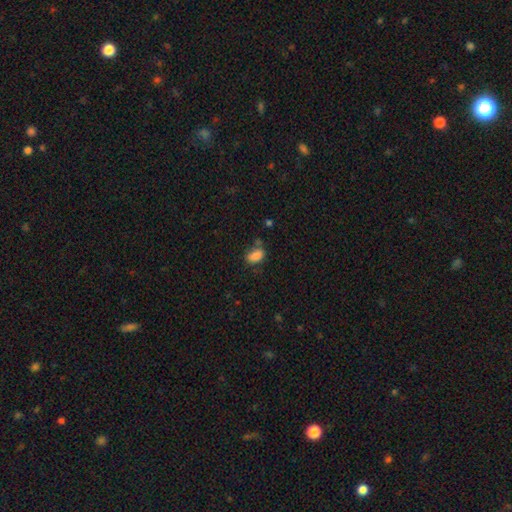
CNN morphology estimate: A smooth galaxy with no disk features (84%) that is in between round and cigar-shaped (88%). Merging: none (64%).